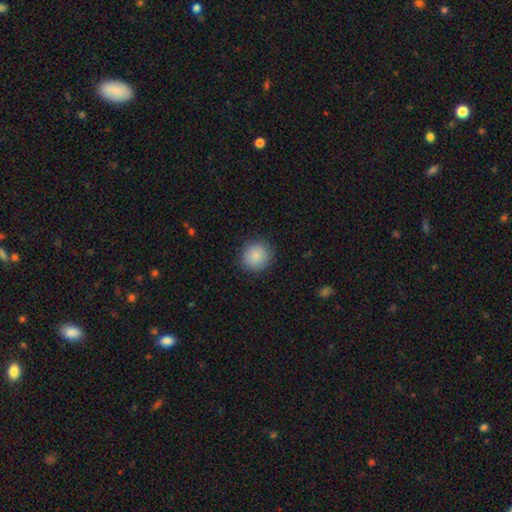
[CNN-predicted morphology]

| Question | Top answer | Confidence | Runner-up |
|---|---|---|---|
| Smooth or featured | smooth | 88% | star or artifact (8%) |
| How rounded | round | 89% | in between (10%) |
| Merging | none | 88% | minor disturbance (9%) |